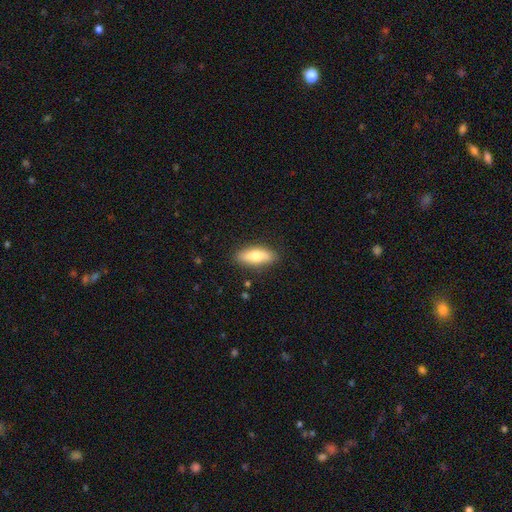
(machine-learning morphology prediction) smooth-or-featured: smooth: 69% | featured or disk: 25% | star or artifact: 6%
  how-rounded: in between: 69% | cigar-shaped: 28% | round: 3%
  merging: none: 86% | minor disturbance: 10% | major disturbance: 2% | merger: 1%